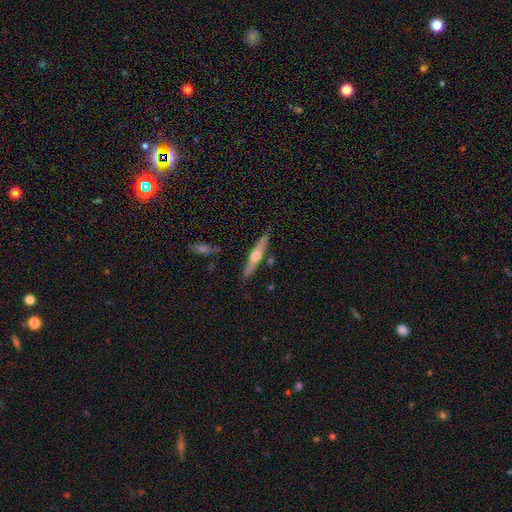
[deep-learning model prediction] A featured or disk galaxy (54%) viewed edge-on (93%) with a rounded central bulge (87%). Merging: none (84%).